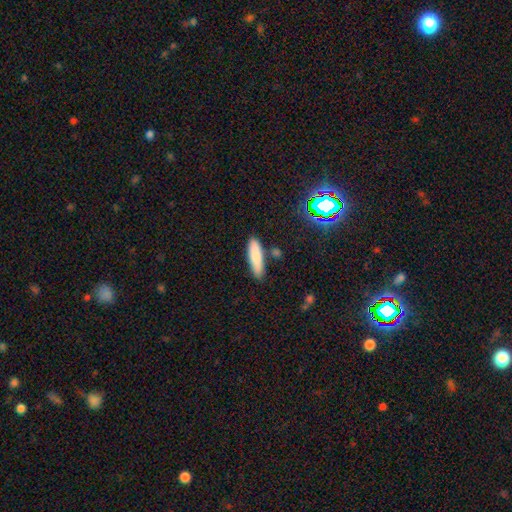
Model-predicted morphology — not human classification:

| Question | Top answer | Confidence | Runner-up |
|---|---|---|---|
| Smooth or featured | smooth | 81% | featured or disk (11%) |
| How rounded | cigar-shaped | 65% | in between (33%) |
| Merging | none | 79% | minor disturbance (13%) |